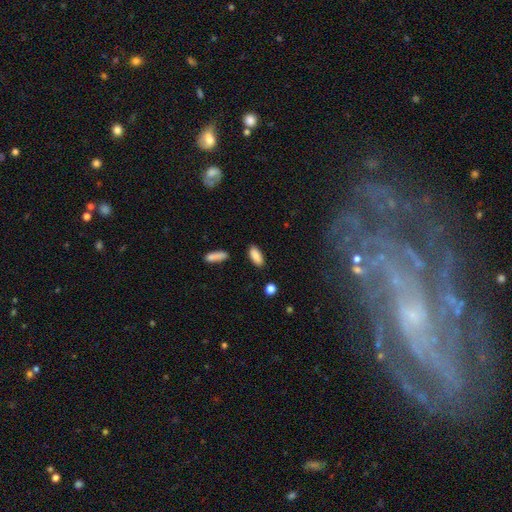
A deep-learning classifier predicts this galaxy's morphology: smooth_or_featured: smooth (p=0.88) [alt: star or artifact p=0.07]
how_rounded: in between (p=0.82) [alt: cigar-shaped p=0.16]
merging: none (p=0.85) [alt: minor disturbance p=0.10]